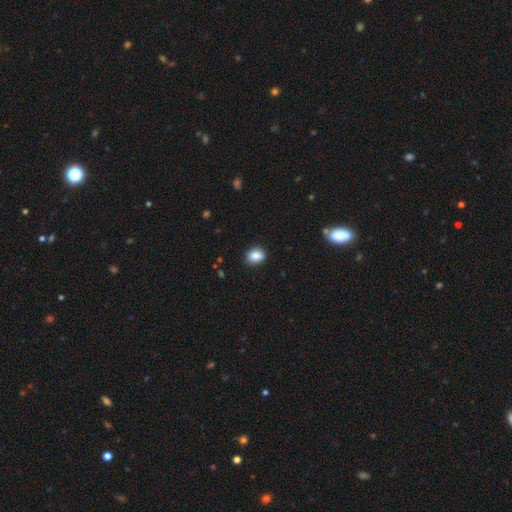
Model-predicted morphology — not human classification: smooth 86%, star or artifact 9%, featured or disk 5%. Down the decision tree: how rounded — in between (55%); merging — none (86%).